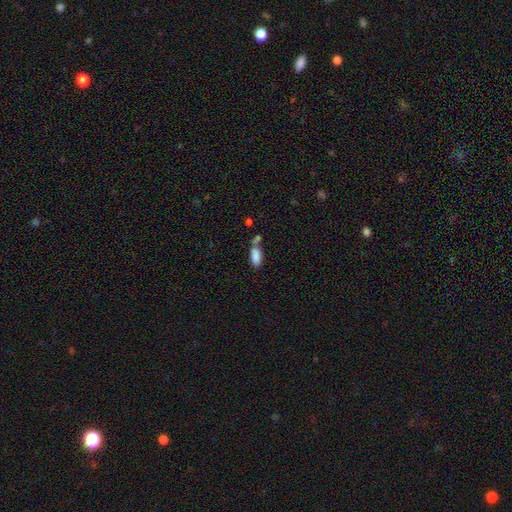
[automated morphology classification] A smooth galaxy with no disk features (85%) that is in between round and cigar-shaped (87%). Merging: none (39%).